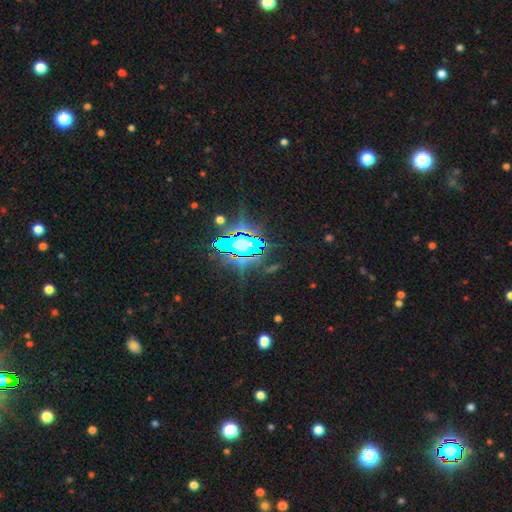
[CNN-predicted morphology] Smooth or featured: star or artifact — 83% (smooth — 10%)